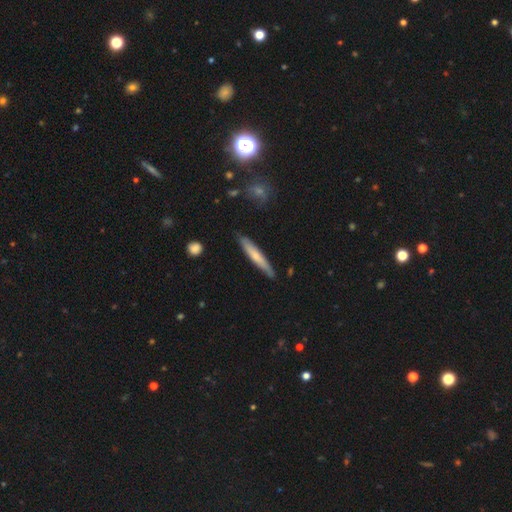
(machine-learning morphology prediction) type=smooth (62%); roundness=cigar-shaped (93%); merging=none (84%).